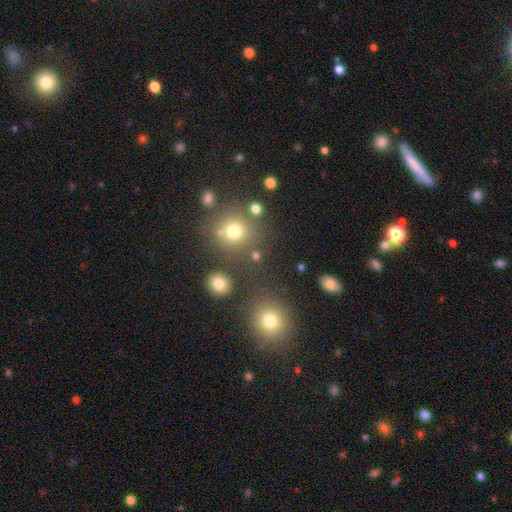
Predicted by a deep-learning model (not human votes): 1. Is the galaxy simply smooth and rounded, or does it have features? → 72% smooth, 21% star or artifact, 7% featured or disk.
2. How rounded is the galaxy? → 87% round, 12% in between, 1% cigar-shaped.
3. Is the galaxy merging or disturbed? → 75% none, 11% merger, 9% minor disturbance, 5% major disturbance.